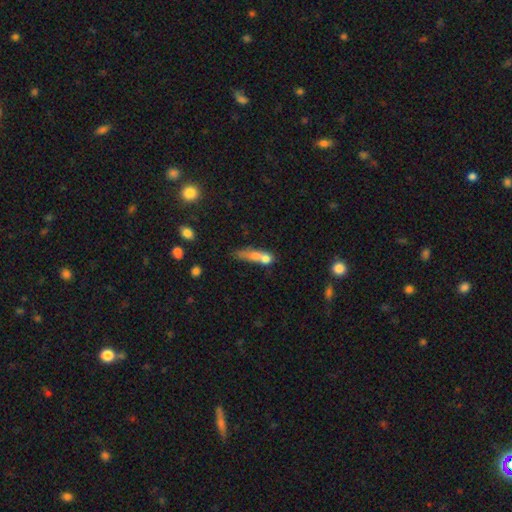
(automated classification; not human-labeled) Morphology: type=smooth (61%); roundness=cigar-shaped (50%); merging=merger (49%).